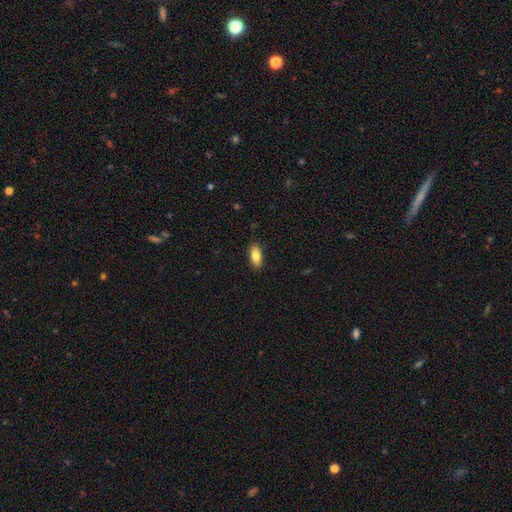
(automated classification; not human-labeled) Smooth or featured? smooth (82%)
How rounded? in between (82%)
Merging? none (89%)